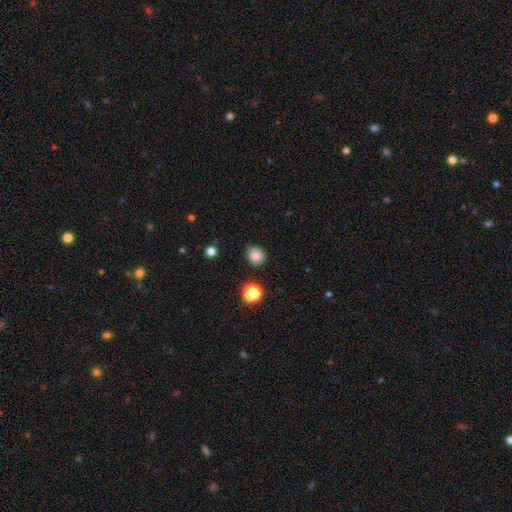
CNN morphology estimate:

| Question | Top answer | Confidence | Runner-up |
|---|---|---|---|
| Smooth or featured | smooth | 83% | star or artifact (12%) |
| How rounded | round | 85% | in between (14%) |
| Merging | none | 79% | minor disturbance (16%) |